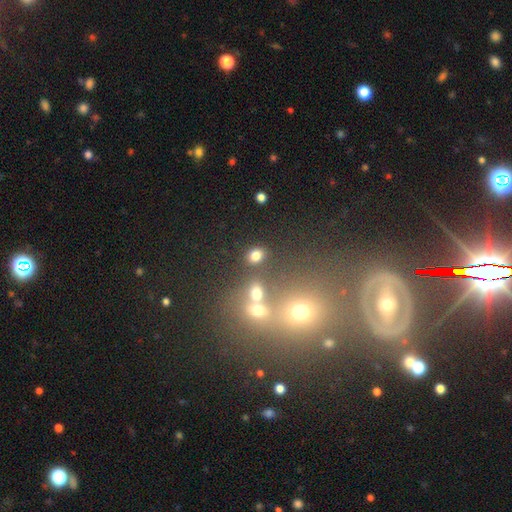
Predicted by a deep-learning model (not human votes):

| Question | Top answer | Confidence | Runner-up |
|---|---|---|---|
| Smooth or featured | smooth | 76% | star or artifact (16%) |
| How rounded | round | 51% | in between (47%) |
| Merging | none | 75% | merger (12%) |